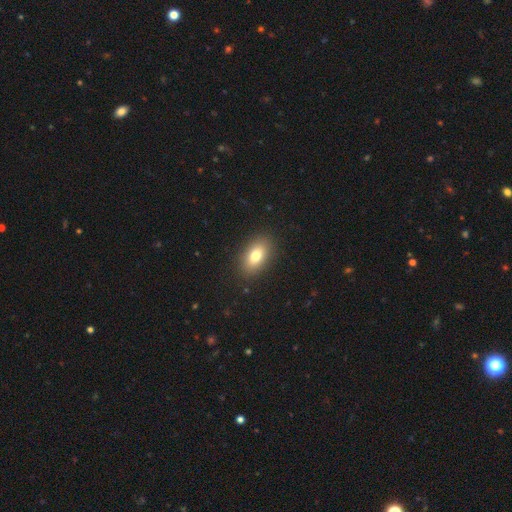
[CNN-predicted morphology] Overall: smooth (79%). How rounded: in between (89%). Merging: none (88%).